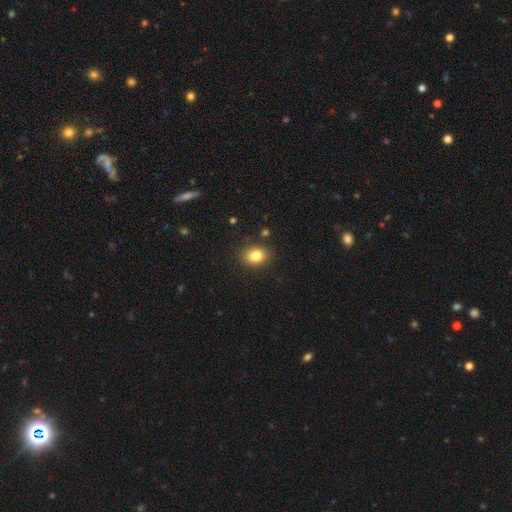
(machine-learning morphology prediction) Overall: smooth (85%). How rounded: in between (59%; round 40%). Merging: none (84%).